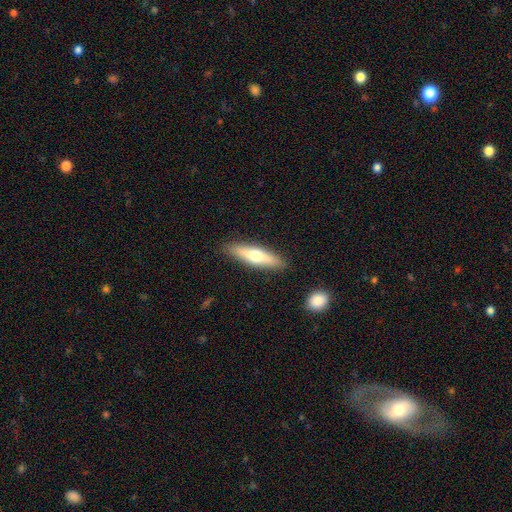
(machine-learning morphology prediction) The model was most divided on "smooth or featured": smooth: 56%, featured or disk: 38%, star or artifact: 6%. More confident: merging — none (89%); how rounded — cigar-shaped (73%).